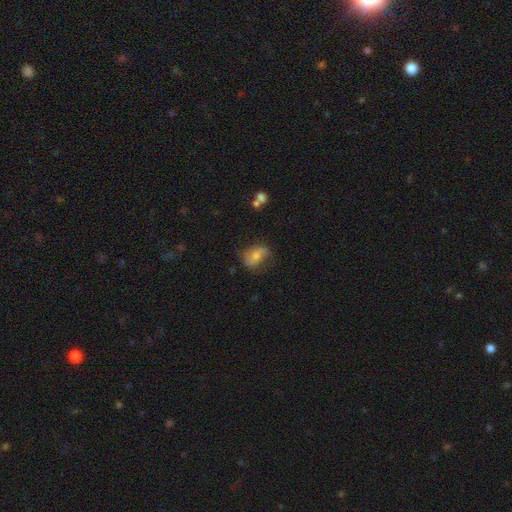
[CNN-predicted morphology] Smooth or featured?
  - smooth: 48% *
  - featured or disk: 41%
  - star or artifact: 10%
Merging?
  - none: 63% *
  - minor disturbance: 25%
  - major disturbance: 10%
  - merger: 2%